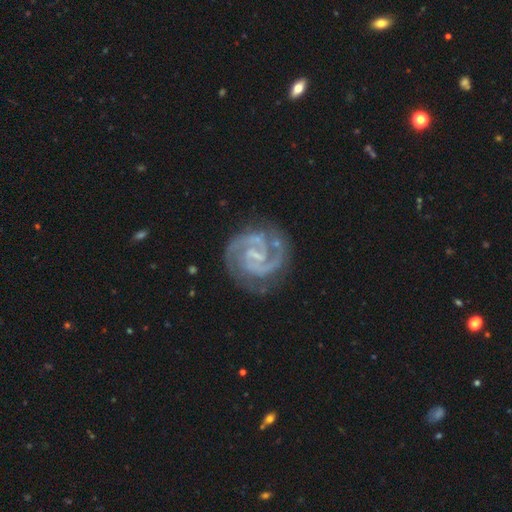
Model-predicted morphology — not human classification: smooth-or-featured: featured or disk: 93% | star or artifact: 5% | smooth: 3%
  disk-edge-on: no: 98% | yes: 2%
    bar: weak: 52% | no: 25% | strong: 23%
    has-spiral-arms: yes: 99% | no: 1%
      spiral-winding: tight: 50% | medium: 45% | loose: 5%
      spiral-arm-count: 2: 89% | 3: 5% | can't tell: 3% | 1: 2% | 4: 1% | more than 4: 1%
    bulge-size: small: 53% | none: 32% | moderate: 13% | large: 1% | dominant: 1%
  merging: none: 78% | minor disturbance: 15% | major disturbance: 5% | merger: 2%